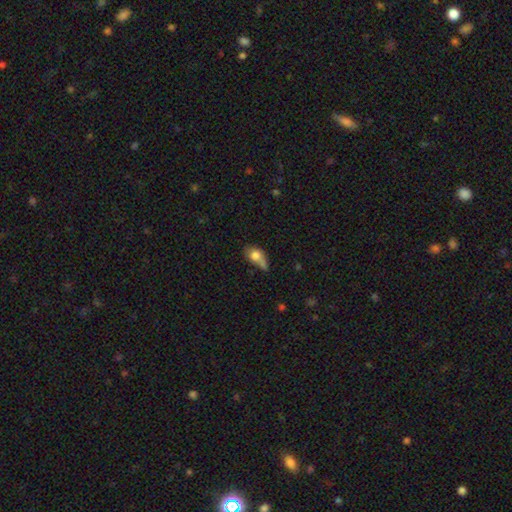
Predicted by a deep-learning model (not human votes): A smooth galaxy with no disk features (72%) that is in between round and cigar-shaped (69%). Merging: none (30%).